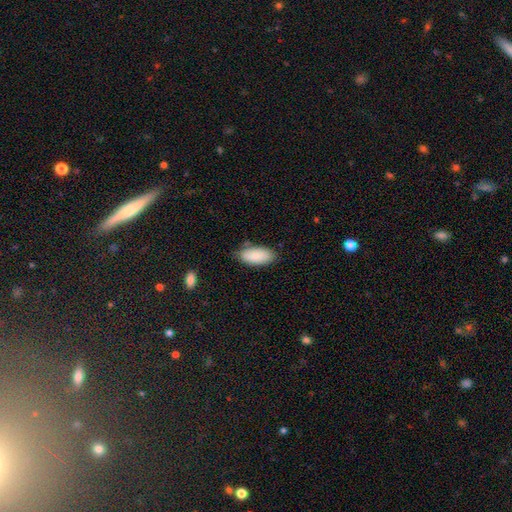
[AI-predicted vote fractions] Overall: smooth (89%). How rounded: in between (91%). Merging: none (77%).